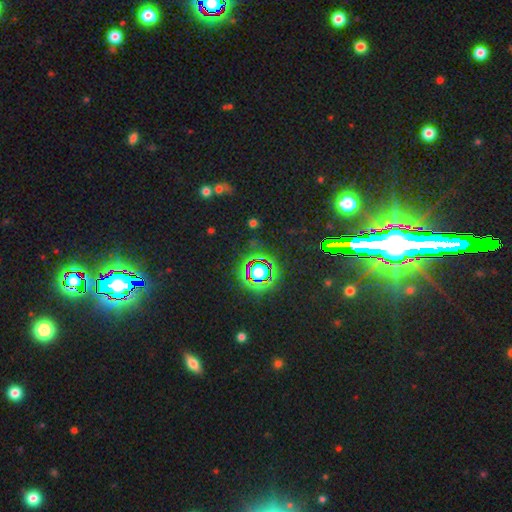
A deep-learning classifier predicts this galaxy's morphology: Overall: star or artifact (80%).